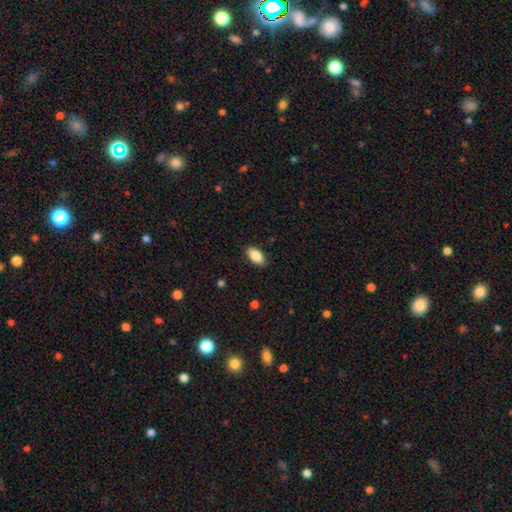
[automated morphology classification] smooth-or-featured: smooth: 88% | star or artifact: 7% | featured or disk: 6%
  how-rounded: in between: 93% | cigar-shaped: 4% | round: 3%
  merging: none: 87% | minor disturbance: 10% | major disturbance: 2% | merger: 1%